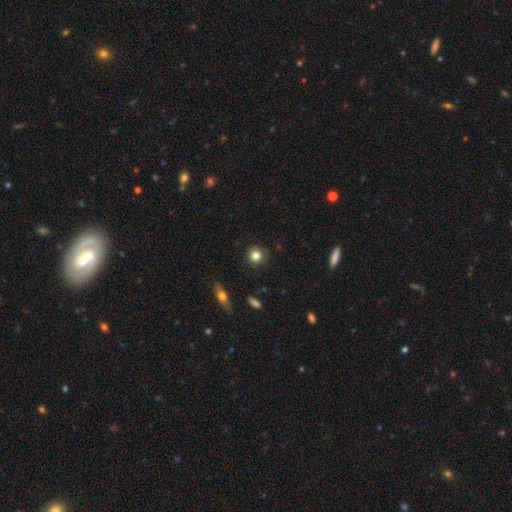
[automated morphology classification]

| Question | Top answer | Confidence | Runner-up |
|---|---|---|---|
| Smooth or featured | smooth | 81% | star or artifact (10%) |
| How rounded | round | 92% | in between (7%) |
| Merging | none | 88% | minor disturbance (9%) |